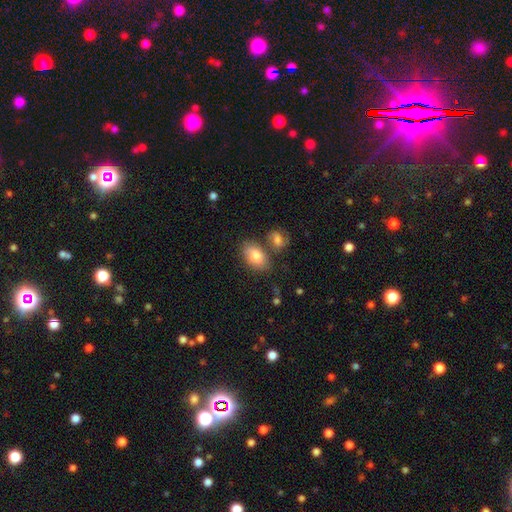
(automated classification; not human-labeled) smooth_or_featured: smooth (p=0.80) [alt: featured or disk p=0.13]
how_rounded: in between (p=0.90) [alt: round p=0.08]
merging: none (p=0.64) [alt: merger p=0.18]